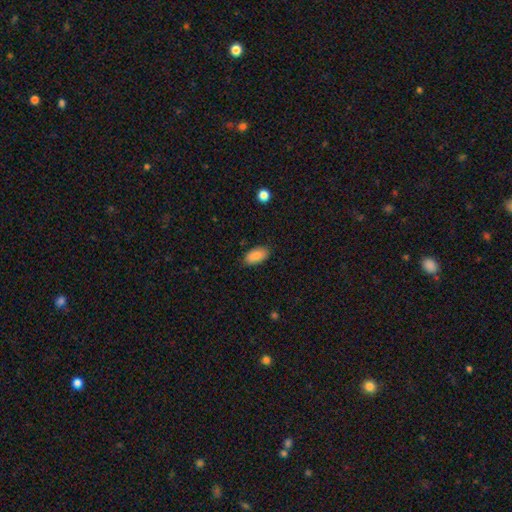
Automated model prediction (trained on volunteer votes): This is clearly a smooth galaxy (89%). How rounded: clearly in between (94%). Merging: clearly none (86%).